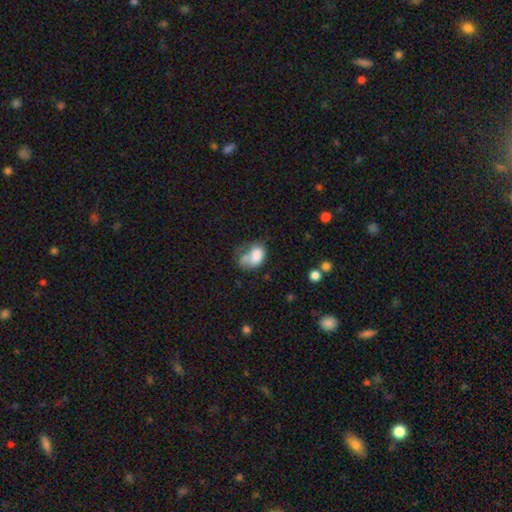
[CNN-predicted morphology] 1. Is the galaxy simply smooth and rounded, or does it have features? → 72% smooth, 18% featured or disk, 9% star or artifact.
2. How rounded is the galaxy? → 82% in between, 17% round, 1% cigar-shaped.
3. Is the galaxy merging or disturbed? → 28% major disturbance, 27% merger, 23% none, 22% minor disturbance.